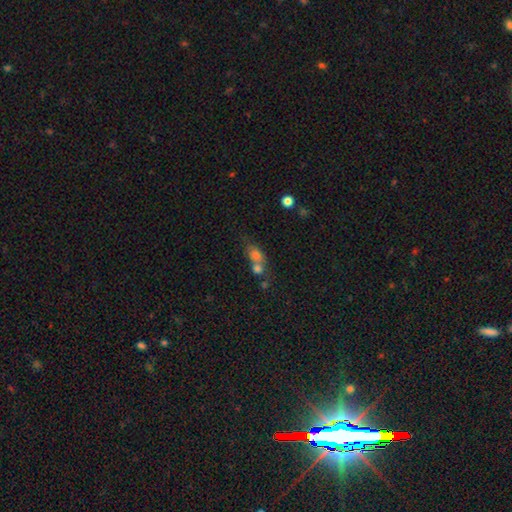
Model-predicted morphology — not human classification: This is likely a smooth galaxy (67%). How rounded: possibly in between (54%). Merging: possibly merger (56%).